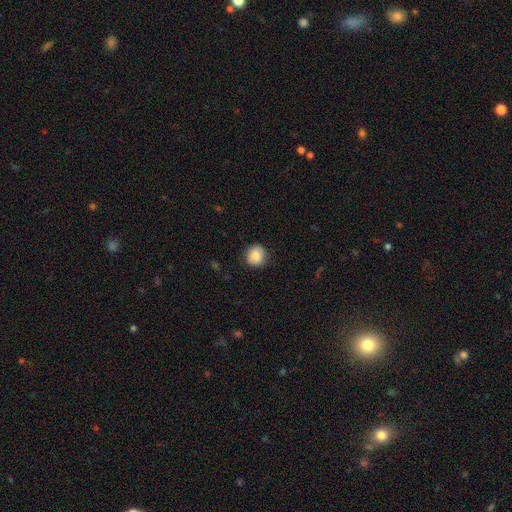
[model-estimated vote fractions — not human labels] Overall: smooth (85%). How rounded: round (87%). Merging: none (85%).